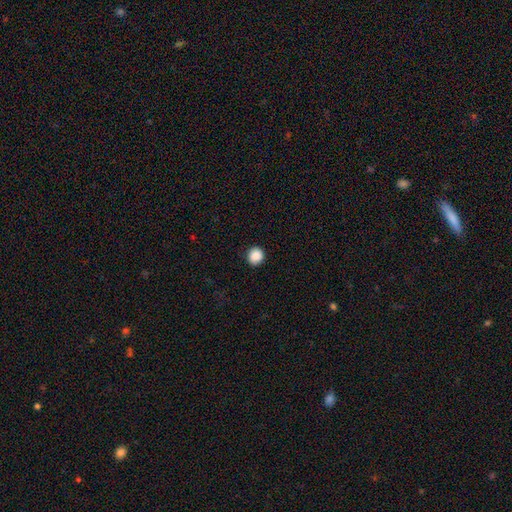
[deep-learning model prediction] Smooth or featured: smooth — 88% (star or artifact — 9%)
How rounded: round — 91% (in between — 8%)
Merging: none — 92% (minor disturbance — 6%)